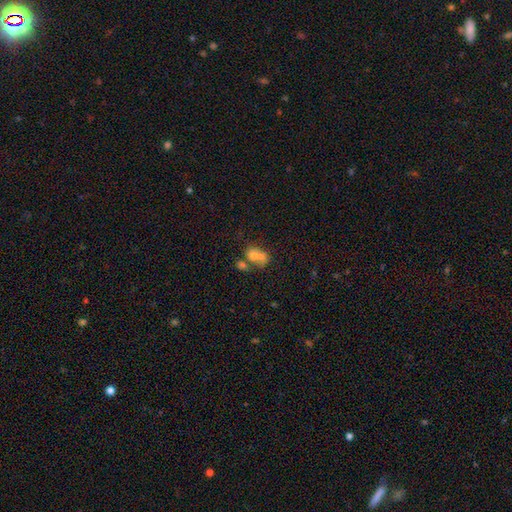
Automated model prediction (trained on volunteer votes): Smooth or featured: smooth — 68% (featured or disk — 20%)
How rounded: in between — 58% (round — 40%)
Merging: merger — 62% (none — 23%)